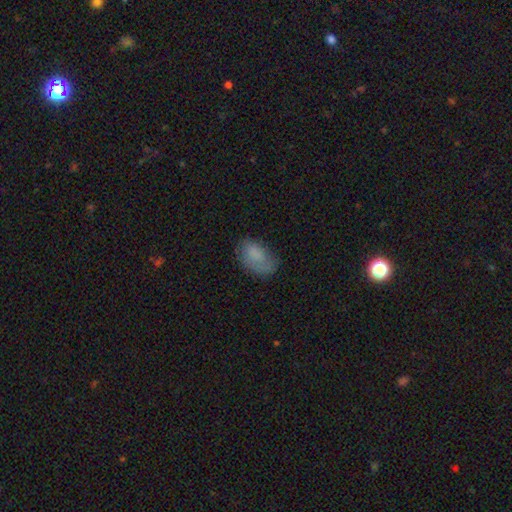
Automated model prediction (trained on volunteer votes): smooth-or-featured: smooth: 73% | featured or disk: 18% | star or artifact: 8%
  how-rounded: in between: 91% | round: 7% | cigar-shaped: 2%
  merging: none: 54% | minor disturbance: 29% | major disturbance: 15% | merger: 2%